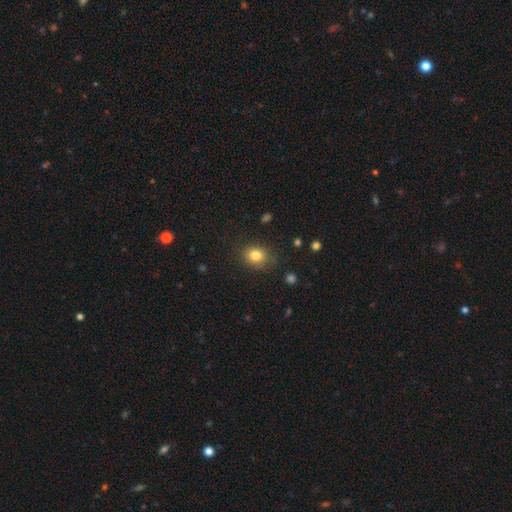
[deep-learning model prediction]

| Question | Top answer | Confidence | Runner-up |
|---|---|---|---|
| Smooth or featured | smooth | 81% | star or artifact (11%) |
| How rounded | round | 64% | in between (36%) |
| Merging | none | 80% | minor disturbance (15%) |